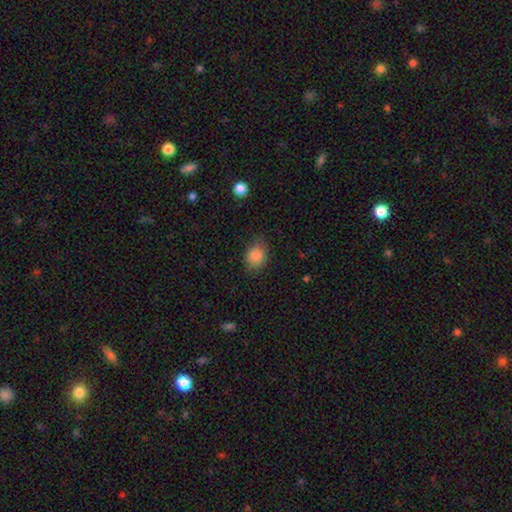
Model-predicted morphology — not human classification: smooth 87%, star or artifact 9%, featured or disk 4%. Down the decision tree: how rounded — in between (50%); merging — none (74%).